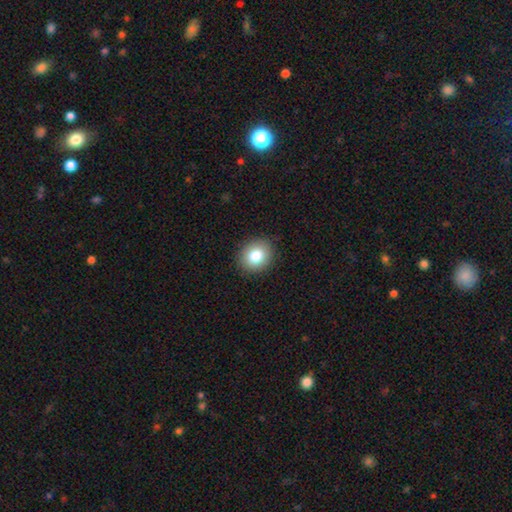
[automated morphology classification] Smooth or featured?
  - smooth: 81% *
  - star or artifact: 10%
  - featured or disk: 9%
How rounded?
  - round: 67% *
  - in between: 32%
  - cigar-shaped: 1%
Merging?
  - none: 89% *
  - minor disturbance: 8%
  - major disturbance: 2%
  - merger: 1%